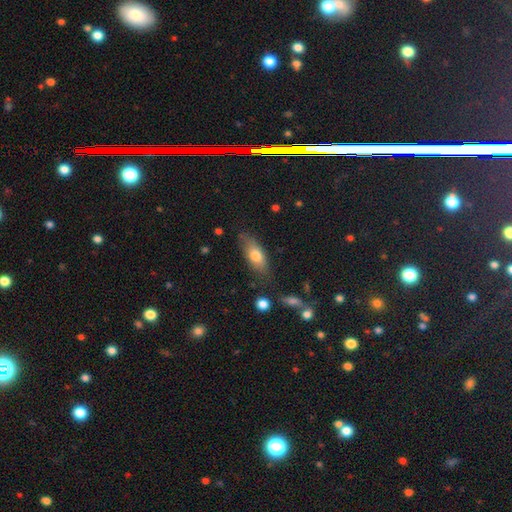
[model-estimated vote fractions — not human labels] smooth_or_featured: smooth (p=0.72) [alt: featured or disk p=0.21]
how_rounded: in between (p=0.73) [alt: cigar-shaped p=0.24]
merging: none (p=0.72) [alt: minor disturbance p=0.19]